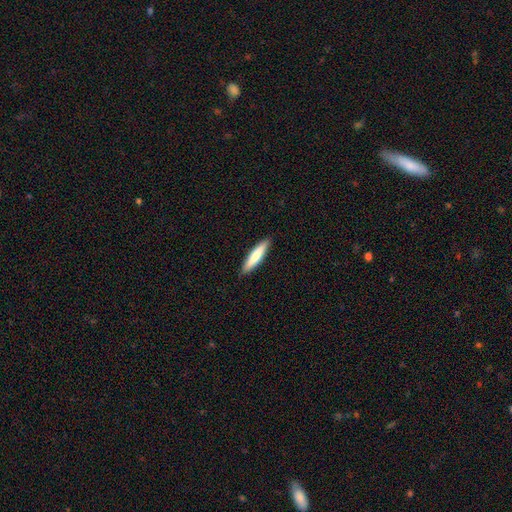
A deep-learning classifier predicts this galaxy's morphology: Q: Smooth or featured?
A: smooth (75%); runner-up: featured or disk (20%)
Q: How rounded?
A: cigar-shaped (84%); runner-up: in between (15%)
Q: Merging?
A: none (90%); runner-up: minor disturbance (8%)